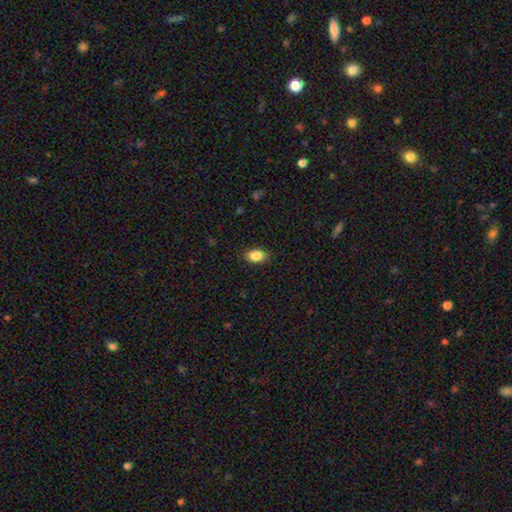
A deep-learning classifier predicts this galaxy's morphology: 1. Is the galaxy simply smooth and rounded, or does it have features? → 87% smooth, 8% star or artifact, 5% featured or disk.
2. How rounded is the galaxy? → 86% in between, 12% round, 2% cigar-shaped.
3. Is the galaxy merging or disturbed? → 86% none, 10% minor disturbance, 2% major disturbance, 1% merger.